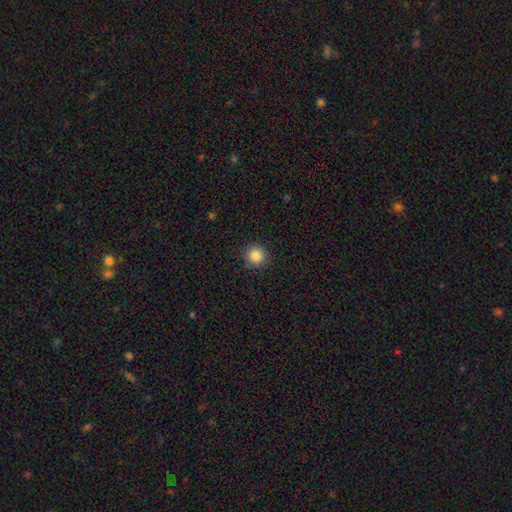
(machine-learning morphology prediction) The model was most divided on "smooth or featured": smooth: 85%, star or artifact: 11%, featured or disk: 4%. More confident: how rounded — round (95%); merging — none (92%).